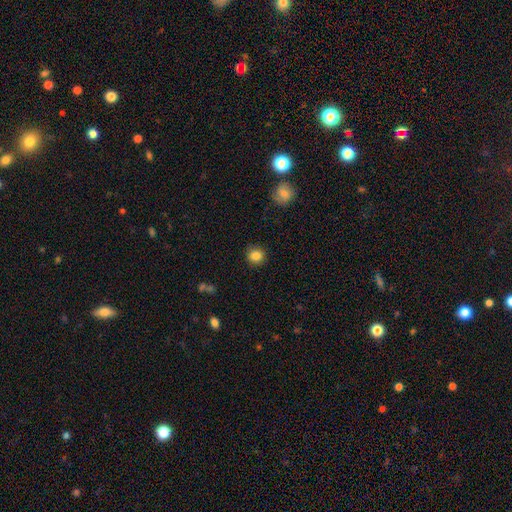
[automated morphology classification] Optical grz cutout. It shows a smooth galaxy with no disk features (85%) that is round (88%). Merging: none (88%).